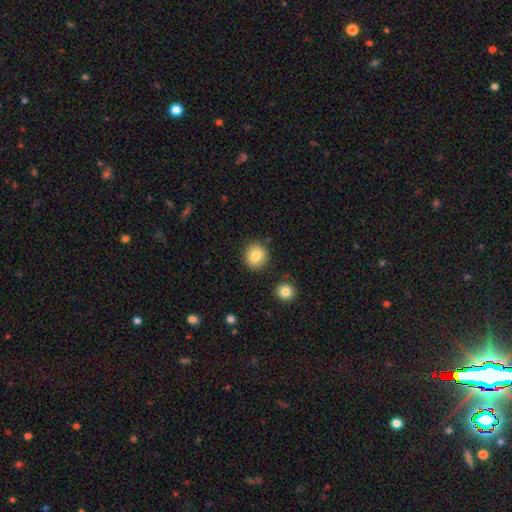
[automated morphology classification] A smooth galaxy with no disk features (84%) that is round (87%).

Vote fractions:
- Smooth or featured? smooth: 84% / star or artifact: 9% / featured or disk: 8%
- How rounded? round: 87% / in between: 12% / cigar-shaped: 1%
- Merging? none: 86% / minor disturbance: 8% / merger: 3% / major disturbance: 2%